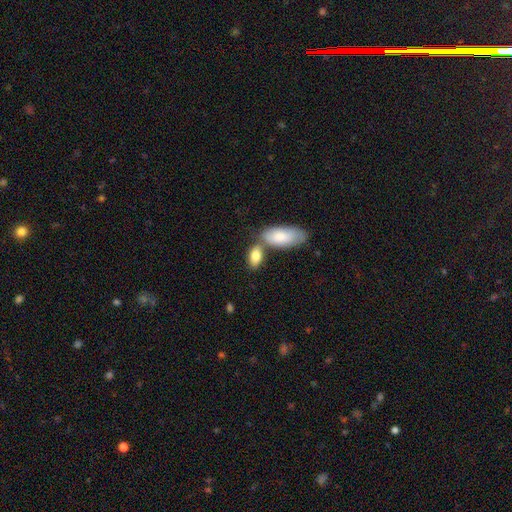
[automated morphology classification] This is clearly a smooth galaxy (81%). How rounded: clearly in between (88%). Merging: possibly none (45%).